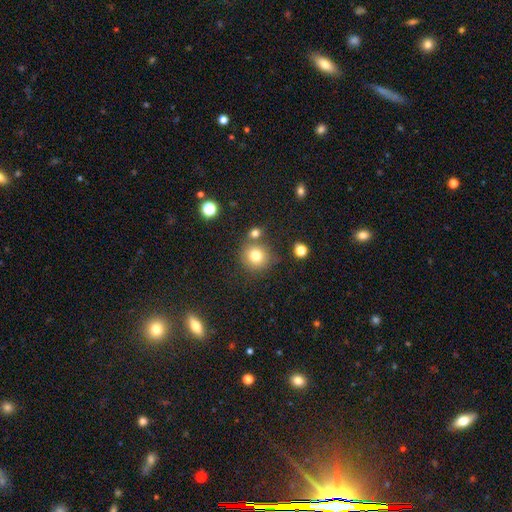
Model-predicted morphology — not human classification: Smooth or featured: smooth — 78% (star or artifact — 13%)
How rounded: round — 90% (in between — 9%)
Merging: none — 73% (merger — 13%)